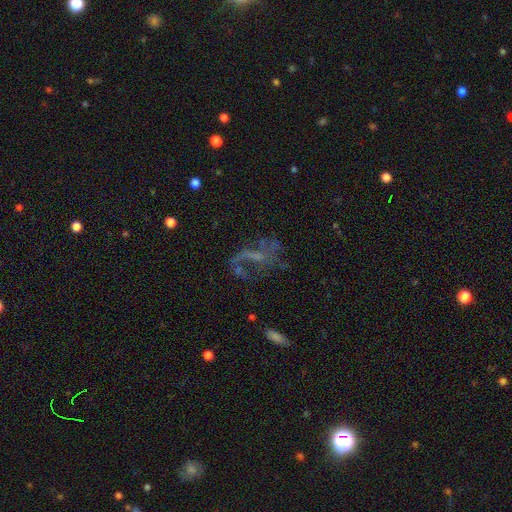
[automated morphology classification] This is possibly a featured or disk galaxy (58%). It is clearly not viewed edge-on (94%). Bar: likely no (63%). Spiral arm pattern: possibly no (53%). Central bulge: possibly none (57%). Merging: marginally none (39%, tied with major disturbance).